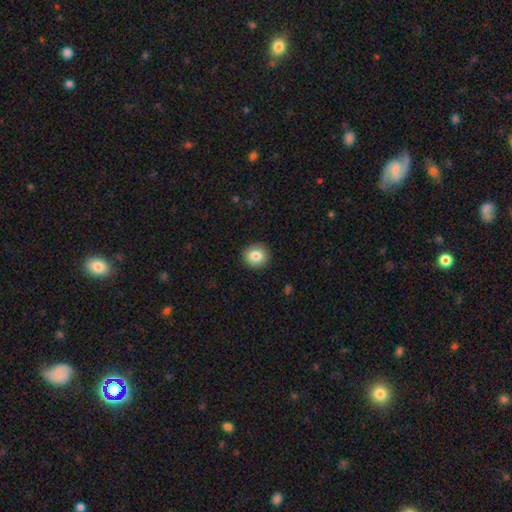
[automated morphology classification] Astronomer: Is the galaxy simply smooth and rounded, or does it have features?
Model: smooth — 84%.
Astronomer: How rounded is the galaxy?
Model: round — 90%.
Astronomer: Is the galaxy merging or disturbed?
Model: none — 92%.